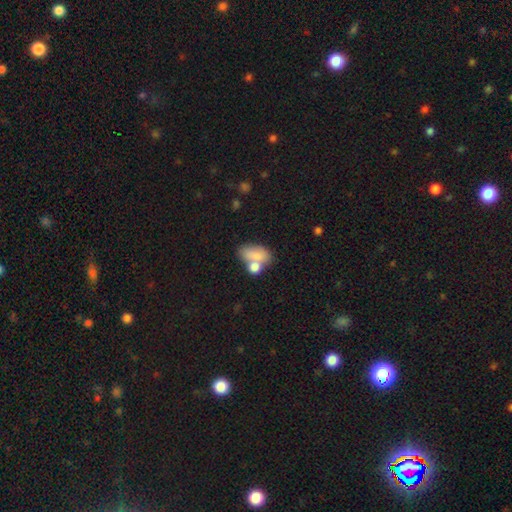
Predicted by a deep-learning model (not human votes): Overall: smooth (76%). How rounded: in between (86%). Merging: merger (46%; none 33%).